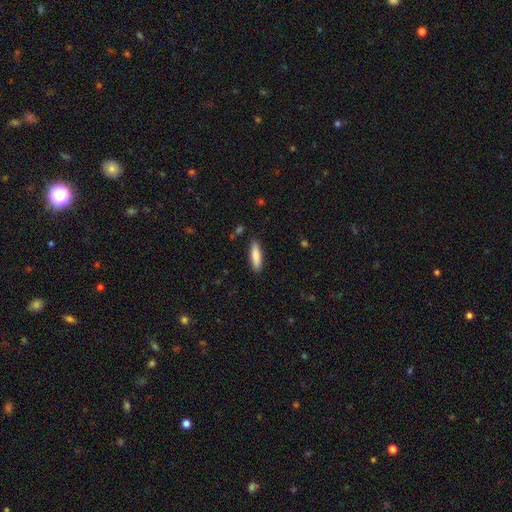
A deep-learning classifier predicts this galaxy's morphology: Smooth or featured? Predicted: smooth (p=0.83). How rounded? Predicted: cigar-shaped (p=0.65). Merging? Predicted: none (p=0.87).